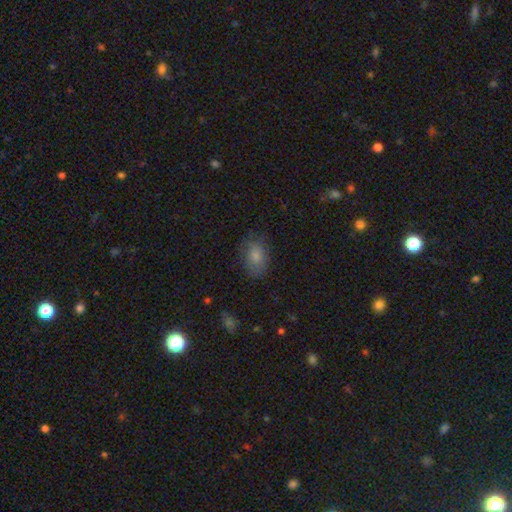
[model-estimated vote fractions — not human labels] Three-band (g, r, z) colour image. It shows a smooth galaxy with no disk features (81%) that is in between round and cigar-shaped (84%). Merging: none (74%).